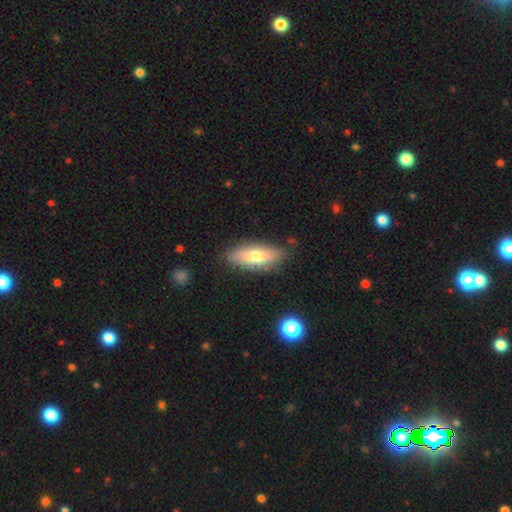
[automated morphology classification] Q: Smooth or featured?
A: smooth (64%); runner-up: featured or disk (29%)
Q: How rounded?
A: in between (70%); runner-up: cigar-shaped (27%)
Q: Merging?
A: none (82%); runner-up: minor disturbance (13%)